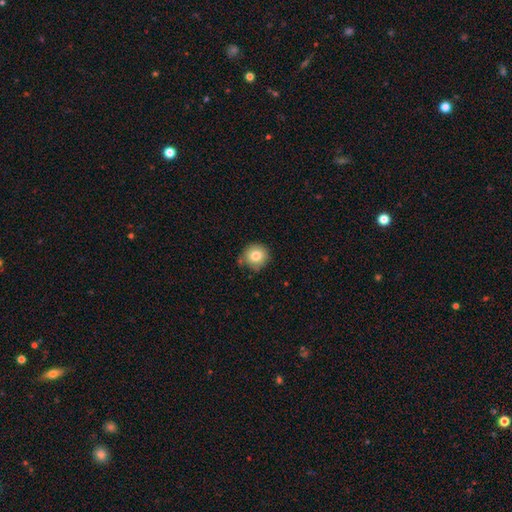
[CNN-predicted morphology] Smooth or featured?
  - smooth: 81% *
  - star or artifact: 10%
  - featured or disk: 9%
How rounded?
  - round: 91% *
  - in between: 8%
  - cigar-shaped: 1%
Merging?
  - none: 77% *
  - minor disturbance: 16%
  - merger: 4%
  - major disturbance: 3%